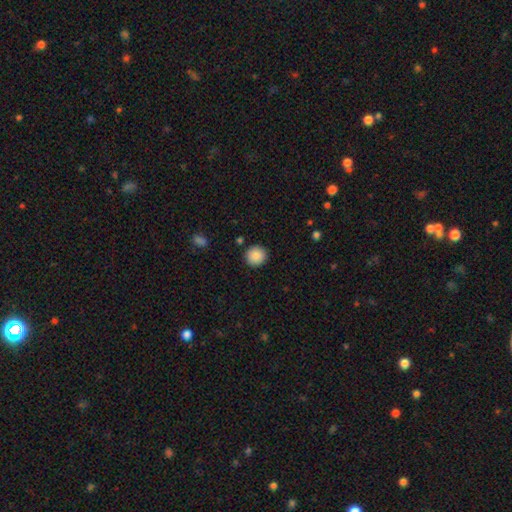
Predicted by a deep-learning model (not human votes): Smooth or featured? smooth (88%)
How rounded? round (93%)
Merging? none (90%)